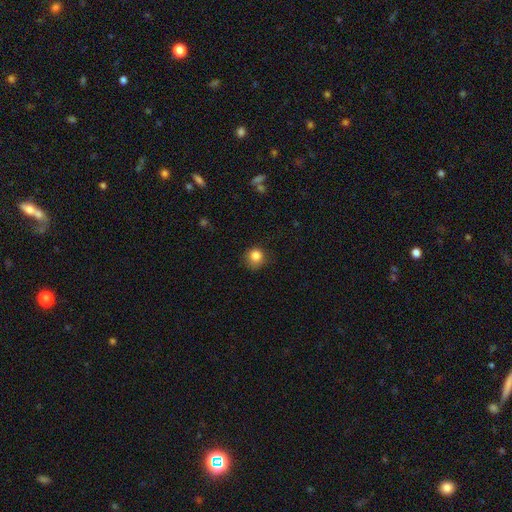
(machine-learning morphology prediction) smooth 83%, star or artifact 11%, featured or disk 6%. Down the decision tree: how rounded — round (89%); merging — none (74%).